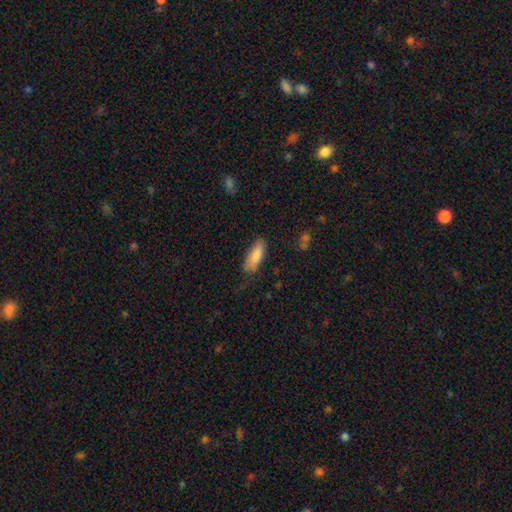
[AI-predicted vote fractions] Smooth or featured?
  - smooth: 84% *
  - featured or disk: 10%
  - star or artifact: 6%
How rounded?
  - in between: 66% *
  - cigar-shaped: 32%
  - round: 2%
Merging?
  - none: 74% *
  - minor disturbance: 20%
  - major disturbance: 5%
  - merger: 2%